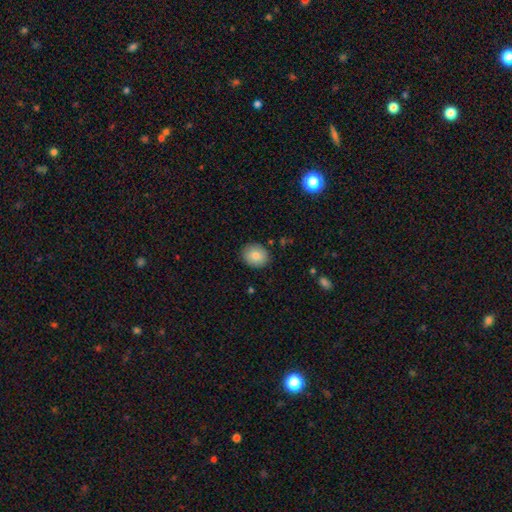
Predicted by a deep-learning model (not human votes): Smooth or featured: smooth — 85% (star or artifact — 8%)
How rounded: round — 63% (in between — 36%)
Merging: none — 88% (minor disturbance — 9%)